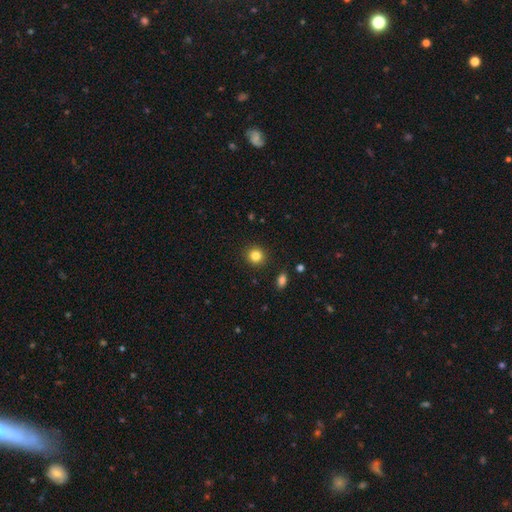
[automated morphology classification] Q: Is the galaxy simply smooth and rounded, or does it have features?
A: smooth — 83%.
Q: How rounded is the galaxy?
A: round — 91%.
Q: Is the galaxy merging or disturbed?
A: none — 91%.